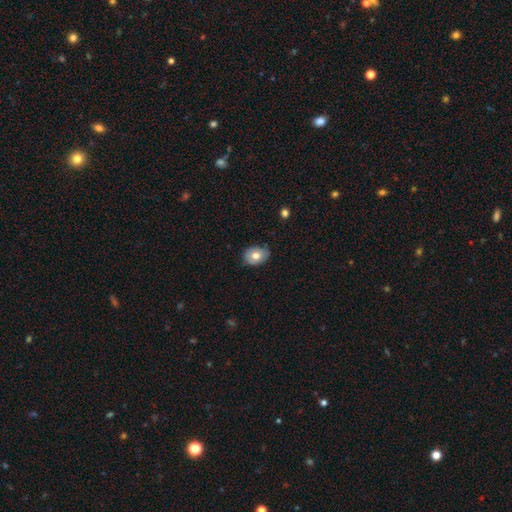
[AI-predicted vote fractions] Smooth or featured? smooth (73%)
How rounded? in between (70%)
Merging? none (77%)